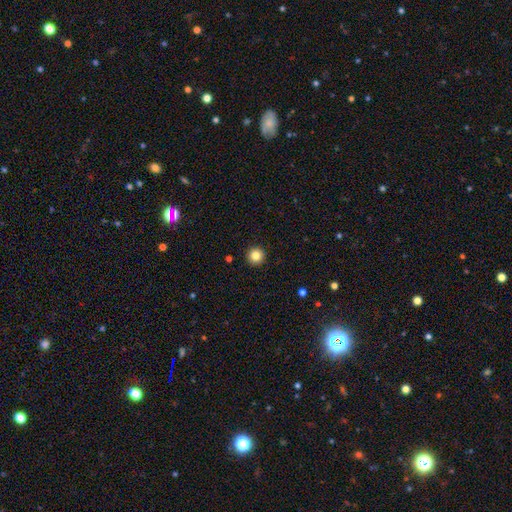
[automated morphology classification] smooth-or-featured: smooth: 83% | star or artifact: 11% | featured or disk: 6%
  how-rounded: round: 96% | in between: 3% | cigar-shaped: 1%
  merging: none: 94% | minor disturbance: 4% | major disturbance: 1% | merger: 1%